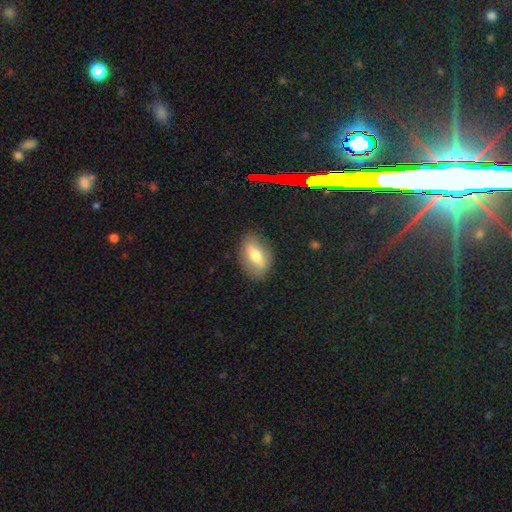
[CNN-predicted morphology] This is likely a smooth galaxy (60%). How rounded: clearly in between (85%). Merging: clearly none (83%).